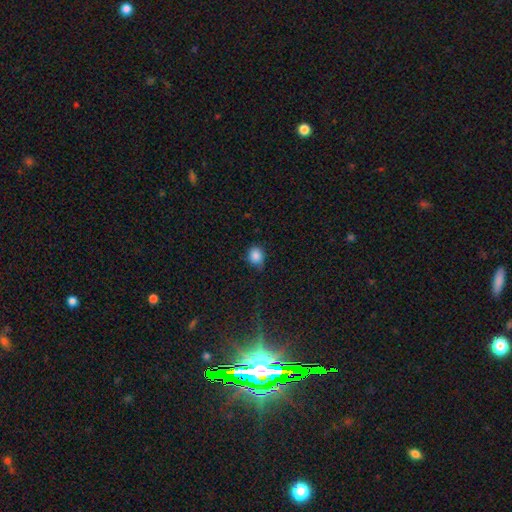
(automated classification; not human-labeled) smooth 86%, star or artifact 10%, featured or disk 5%. Down the decision tree: how rounded — round (63%); merging — none (60%).